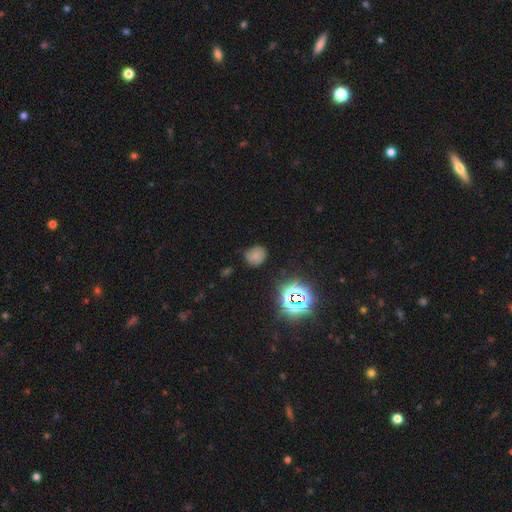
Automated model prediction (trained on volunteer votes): Smooth or featured?
  - smooth: 65% *
  - star or artifact: 23%
  - featured or disk: 12%
How rounded?
  - round: 76% *
  - in between: 23%
  - cigar-shaped: 1%
Merging?
  - none: 67% *
  - minor disturbance: 24%
  - major disturbance: 6%
  - merger: 2%